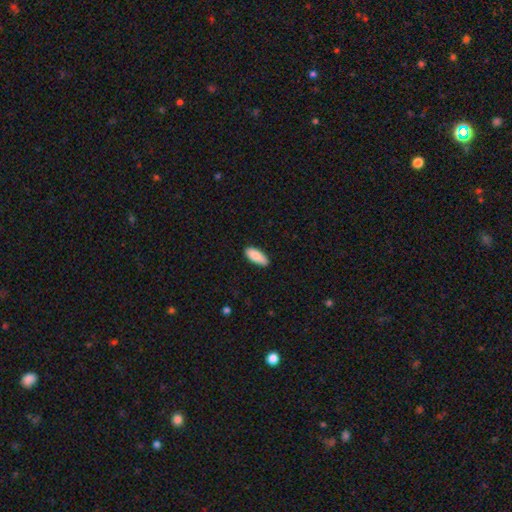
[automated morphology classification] type=smooth (86%); roundness=in between (81%); merging=none (86%).